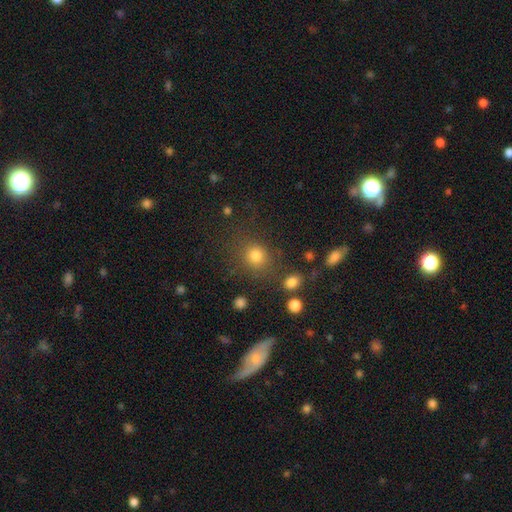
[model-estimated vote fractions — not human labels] Morphology: type=smooth (78%); roundness=round (81%); merging=none (76%).